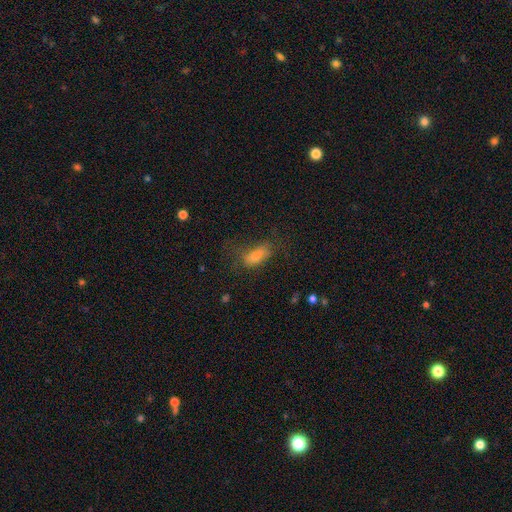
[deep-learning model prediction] This appears to be a smooth galaxy with no disk features (67%) that is in between round and cigar-shaped (78%). Merging: none (50%).